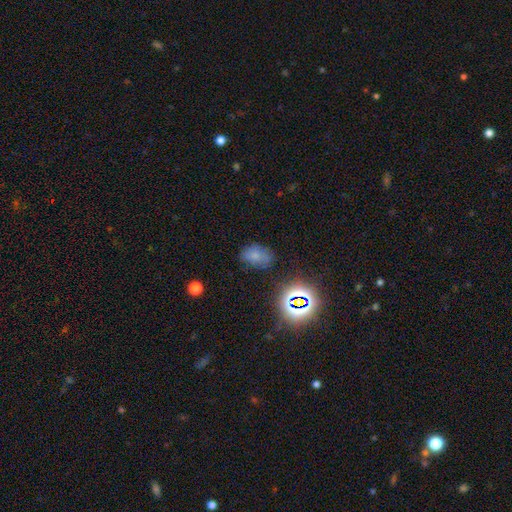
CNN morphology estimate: smooth 67%, star or artifact 21%, featured or disk 12%. Down the decision tree: how rounded — in between (82%); merging — none (68%).